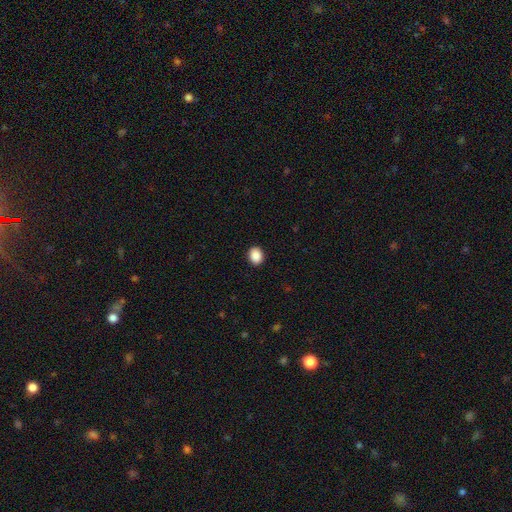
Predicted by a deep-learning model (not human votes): A smooth galaxy with no disk features (89%) that is round (61%).

Vote fractions:
- Smooth or featured? smooth: 89% / star or artifact: 8% / featured or disk: 2%
- How rounded? round: 61% / in between: 39% / cigar-shaped: 1%
- Merging? none: 91% / minor disturbance: 6% / major disturbance: 2% / merger: 1%